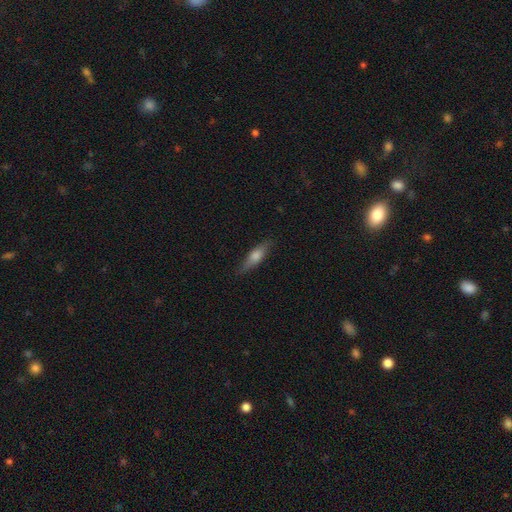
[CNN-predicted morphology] This is possibly a smooth galaxy (53%). How rounded: likely cigar-shaped (64%). Merging: clearly none (83%).